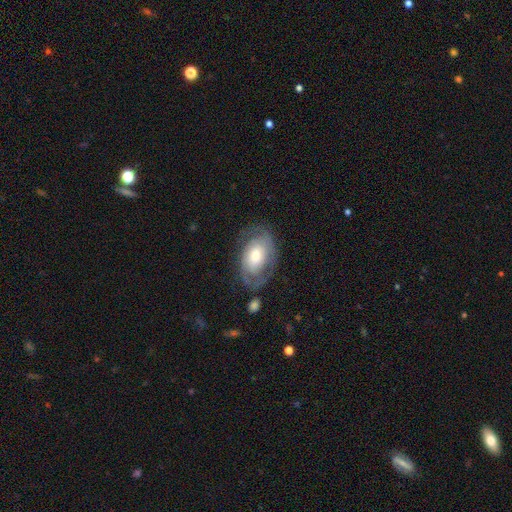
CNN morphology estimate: This is likely a featured or disk galaxy (64%). It is clearly not viewed edge-on (95%). Bar: likely no (70%). Spiral arm pattern: likely yes (78%). Central bulge: possibly moderate (55%). Merging: likely none (65%).